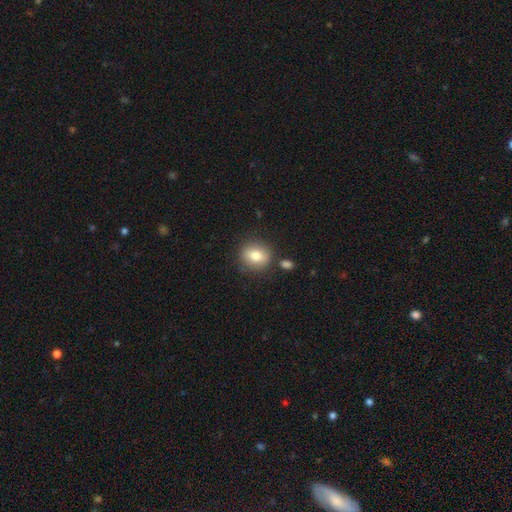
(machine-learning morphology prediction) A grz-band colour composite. It shows a smooth galaxy with no disk features (77%) that is round (71%). Merging: none (82%).